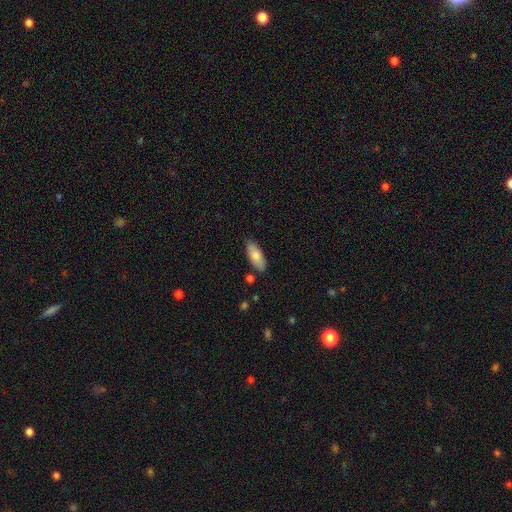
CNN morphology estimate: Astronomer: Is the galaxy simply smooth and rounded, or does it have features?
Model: smooth — 79%.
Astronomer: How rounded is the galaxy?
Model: in between — 79%.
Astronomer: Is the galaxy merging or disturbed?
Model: none — 84%.